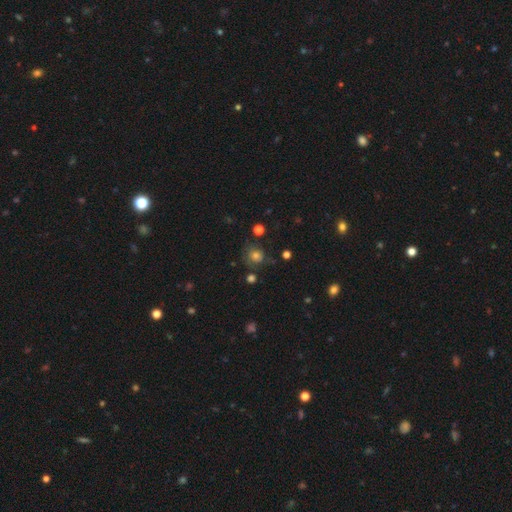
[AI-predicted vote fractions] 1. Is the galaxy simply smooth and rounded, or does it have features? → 70% smooth, 17% star or artifact, 13% featured or disk.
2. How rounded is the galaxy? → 85% round, 14% in between, 1% cigar-shaped.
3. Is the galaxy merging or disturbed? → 68% none, 19% minor disturbance, 8% major disturbance, 4% merger.